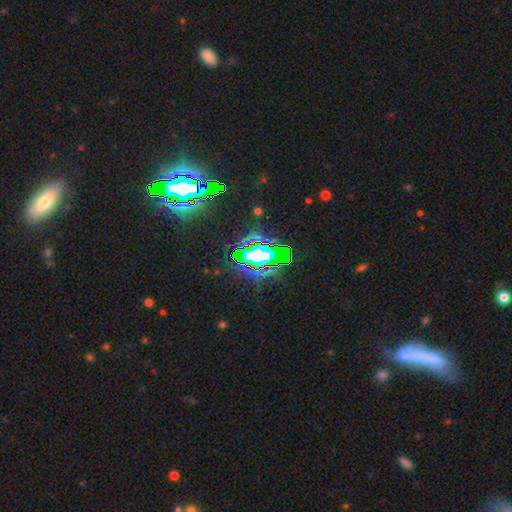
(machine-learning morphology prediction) This is likely a star or artifact rather than a galaxy (68%).